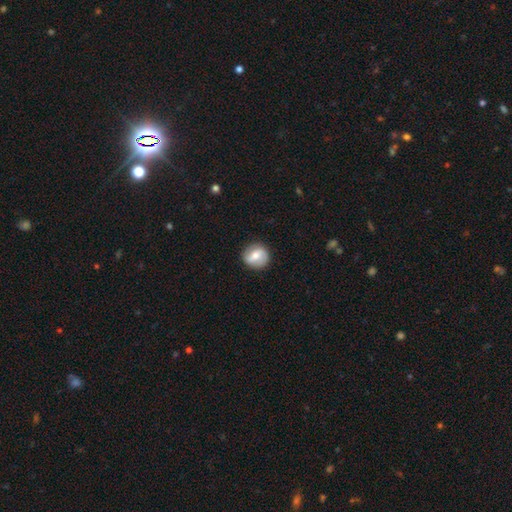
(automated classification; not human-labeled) smooth-or-featured: smooth: 53% | featured or disk: 39% | star or artifact: 7%
  how-rounded: round: 87% | in between: 12% | cigar-shaped: 1%
  merging: none: 84% | minor disturbance: 11% | major disturbance: 3% | merger: 1%